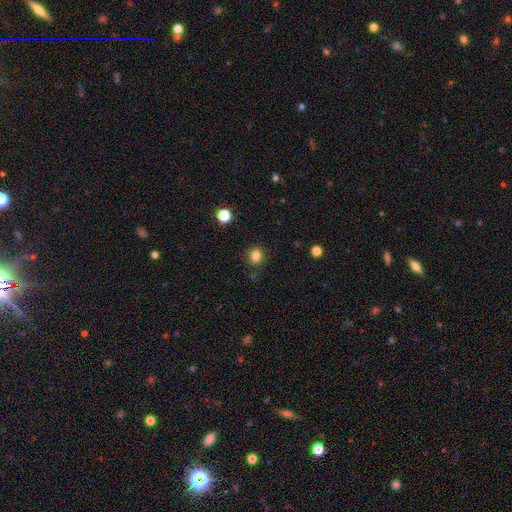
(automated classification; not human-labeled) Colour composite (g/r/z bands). It shows a smooth galaxy with no disk features (83%) that is round (82%). Merging: none (86%).